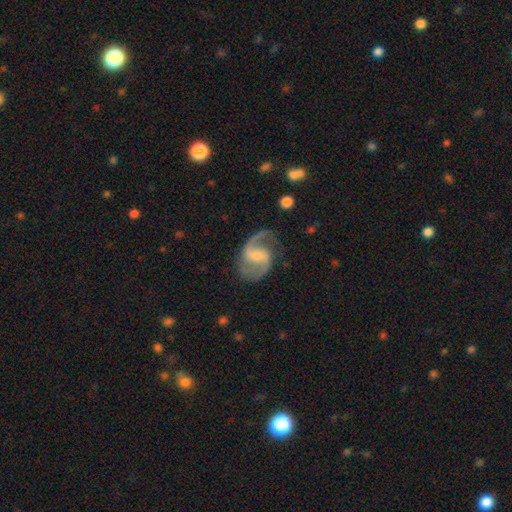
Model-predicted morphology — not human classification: smooth-or-featured: featured or disk: 91% | star or artifact: 5% | smooth: 4%
  disk-edge-on: no: 98% | yes: 2%
    bar: weak: 54% | strong: 23% | no: 23%
    has-spiral-arms: yes: 98% | no: 2%
      spiral-winding: medium: 58% | loose: 29% | tight: 14%
      spiral-arm-count: 2: 93% | 1: 2% | can't tell: 2% | 3: 1% | 4: 1% | more than 4: 1%
    bulge-size: small: 50% | moderate: 32% | none: 14% | large: 3% | dominant: 1%
  merging: none: 80% | minor disturbance: 13% | major disturbance: 5% | merger: 2%